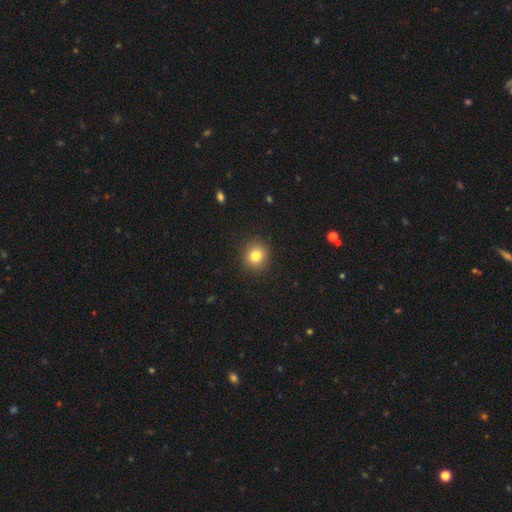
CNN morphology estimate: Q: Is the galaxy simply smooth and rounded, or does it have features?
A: smooth — 82%.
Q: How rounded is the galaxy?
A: round — 86%.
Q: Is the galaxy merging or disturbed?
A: none — 91%.